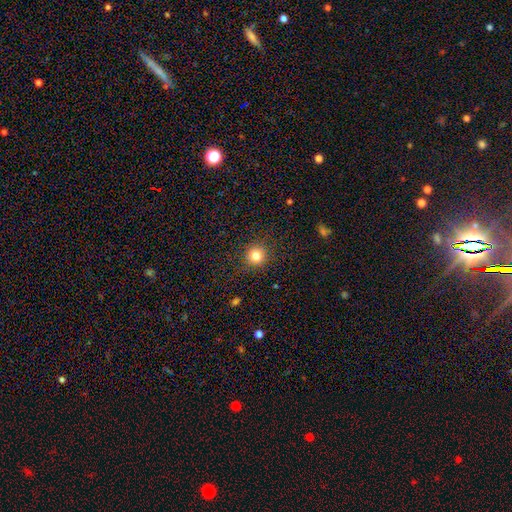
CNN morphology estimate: The model was most divided on "smooth or featured": smooth: 82%, star or artifact: 12%, featured or disk: 6%. More confident: how rounded — round (92%); merging — none (89%).